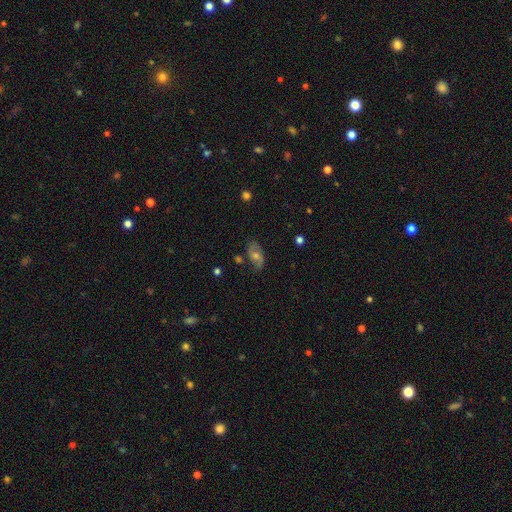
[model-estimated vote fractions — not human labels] smooth-or-featured: featured or disk: 52% | smooth: 34% | star or artifact: 14%
  disk-edge-on: no: 89% | yes: 11%
  merging: none: 71% | minor disturbance: 20% | major disturbance: 7% | merger: 3%